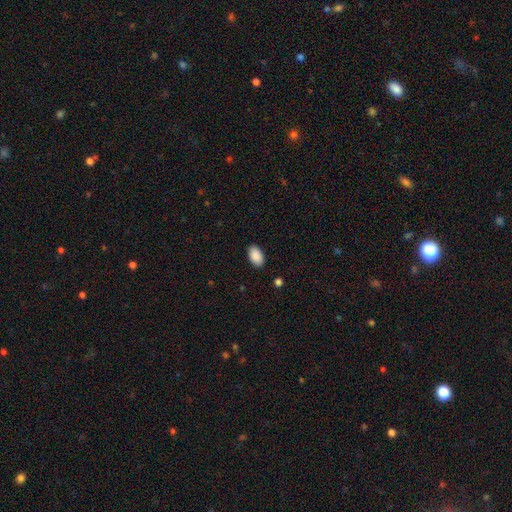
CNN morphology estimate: This is clearly a smooth galaxy (90%). How rounded: clearly in between (94%). Merging: clearly none (88%).